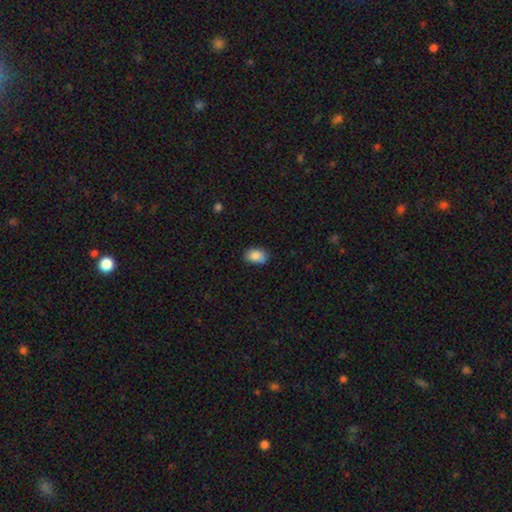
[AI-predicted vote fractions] Q: Smooth or featured?
A: smooth (87%); runner-up: star or artifact (8%)
Q: How rounded?
A: in between (83%); runner-up: round (16%)
Q: Merging?
A: none (76%); runner-up: minor disturbance (20%)